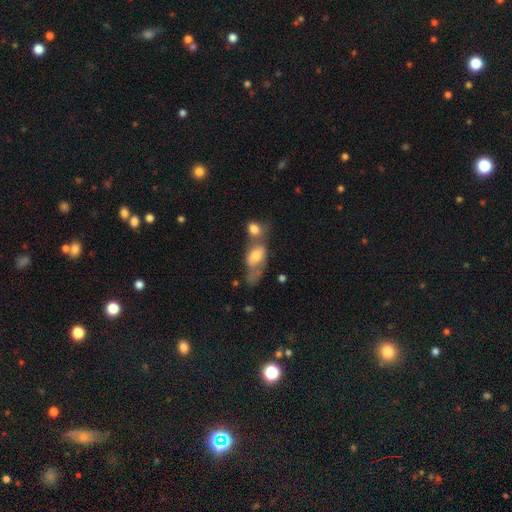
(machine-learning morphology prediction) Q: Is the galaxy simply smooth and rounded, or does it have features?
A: smooth — 60%.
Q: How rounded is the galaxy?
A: in between — 81%.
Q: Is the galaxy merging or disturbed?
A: merger — 58%.